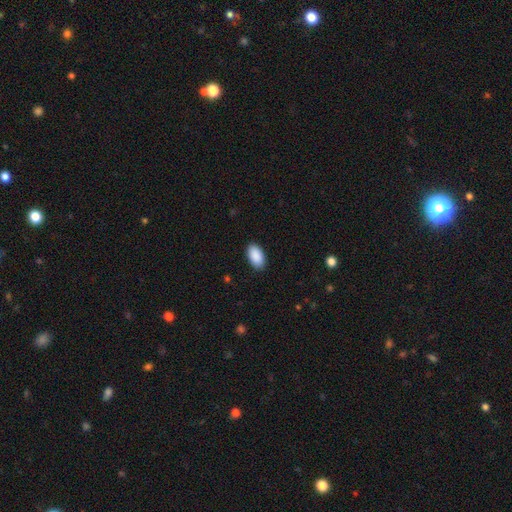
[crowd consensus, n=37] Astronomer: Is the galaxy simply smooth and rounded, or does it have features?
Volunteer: smooth — 92%.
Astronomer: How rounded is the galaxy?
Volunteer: in between — 94%.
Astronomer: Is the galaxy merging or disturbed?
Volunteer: none — 94%.